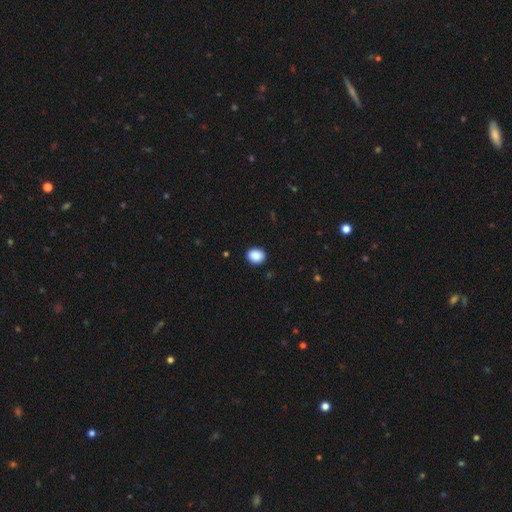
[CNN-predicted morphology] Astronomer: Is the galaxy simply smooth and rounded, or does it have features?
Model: smooth — 89%.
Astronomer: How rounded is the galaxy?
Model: round — 56% (runner-up: in between, 43%).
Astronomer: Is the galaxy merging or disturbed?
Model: none — 90%.